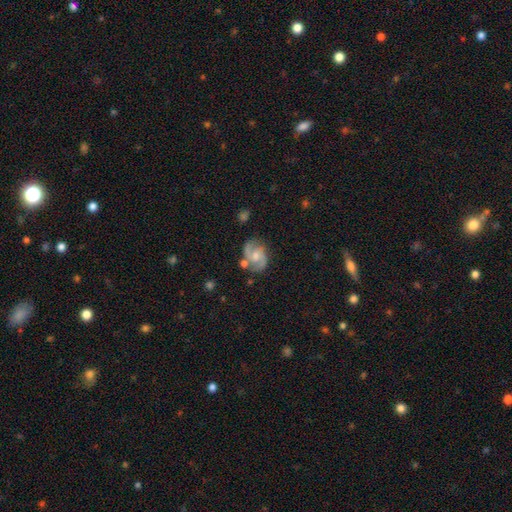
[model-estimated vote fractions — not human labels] This appears to be a featured or disk galaxy (82%) with no bar (54%), 2 (90%) medium (56%) spiral arms (96%) and a moderate central bulge (48%). Merging: none (68%).